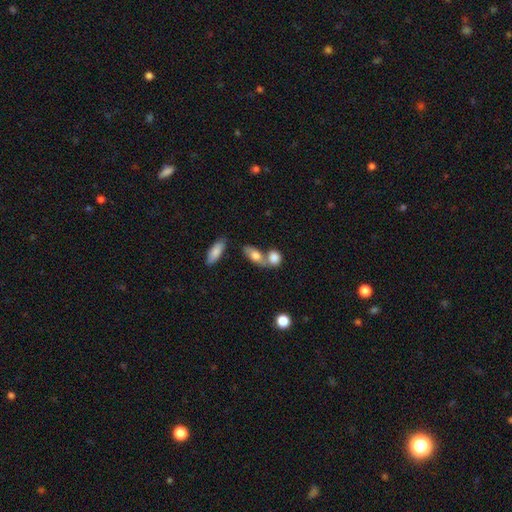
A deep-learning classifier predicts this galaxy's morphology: Overall: smooth (74%). How rounded: in between (68%). Merging: merger (53%; none 33%).